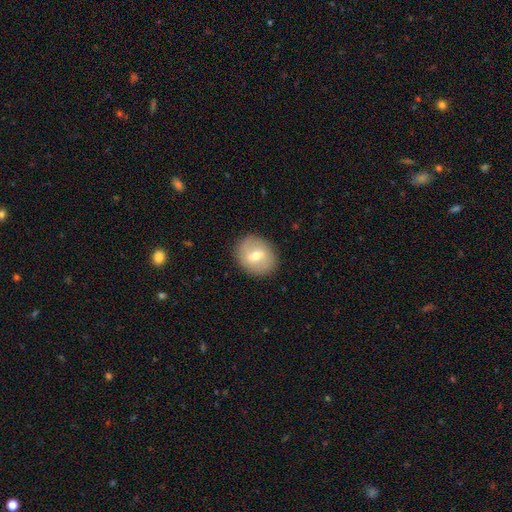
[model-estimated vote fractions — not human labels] Overall: smooth (58%; featured or disk 34%). How rounded: round (63%; in between 35%). Merging: none (87%).